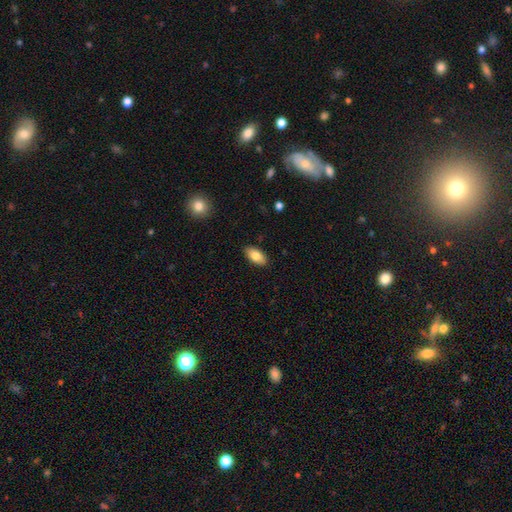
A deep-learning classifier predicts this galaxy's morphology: smooth 82%, featured or disk 11%, star or artifact 7%. Down the decision tree: how rounded — in between (93%); merging — none (88%).